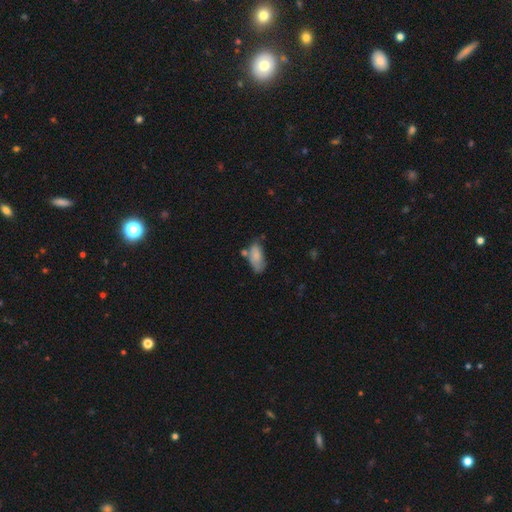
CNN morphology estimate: This is likely a smooth galaxy (79%). How rounded: clearly in between (88%). Merging: possibly none (47%).